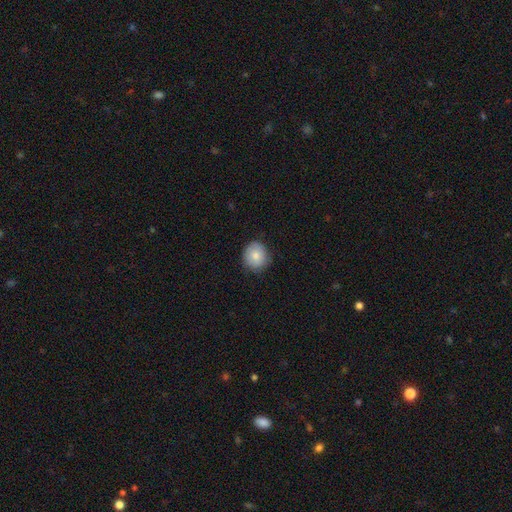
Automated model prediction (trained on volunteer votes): A smooth galaxy with no disk features (81%) that is round (82%). Merging: none (81%).